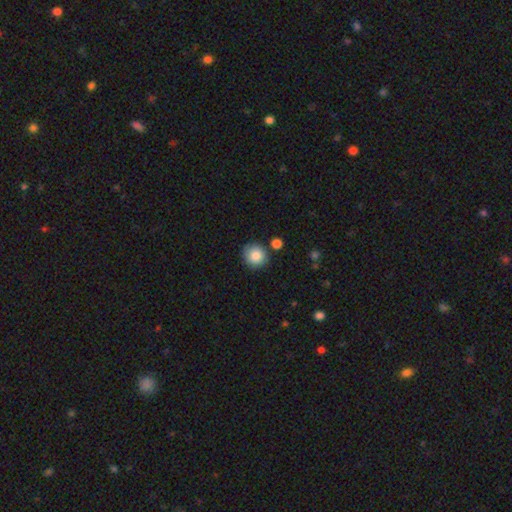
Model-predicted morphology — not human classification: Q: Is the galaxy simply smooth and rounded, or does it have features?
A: smooth — 87%.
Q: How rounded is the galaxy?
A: round — 91%.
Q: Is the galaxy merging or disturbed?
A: none — 82%.